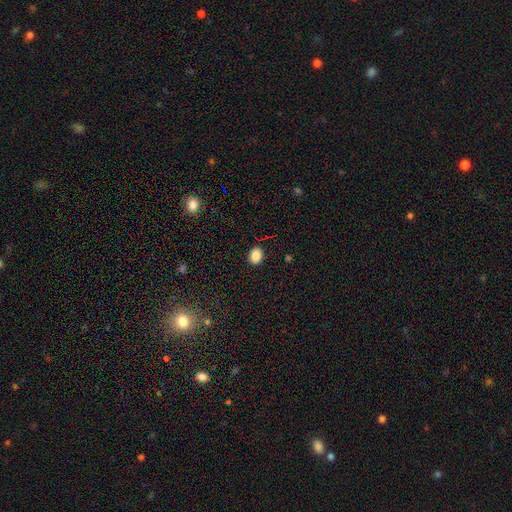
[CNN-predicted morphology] Smooth or featured? Predicted: smooth (p=0.87). How rounded? Predicted: in between (p=0.60). Merging? Predicted: none (p=0.89).